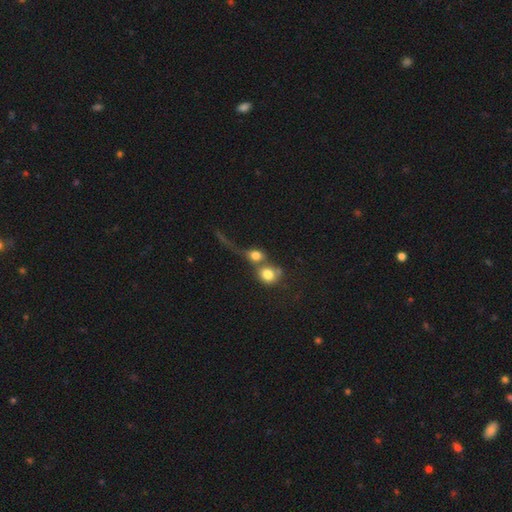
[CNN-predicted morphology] This is likely a smooth galaxy (71%). How rounded: likely round (68%). Merging: likely merger (61%).